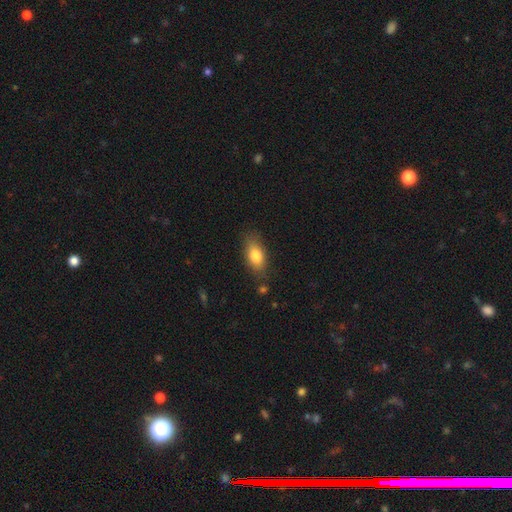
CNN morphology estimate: Smooth or featured? smooth (80%)
How rounded? in between (85%)
Merging? none (80%)